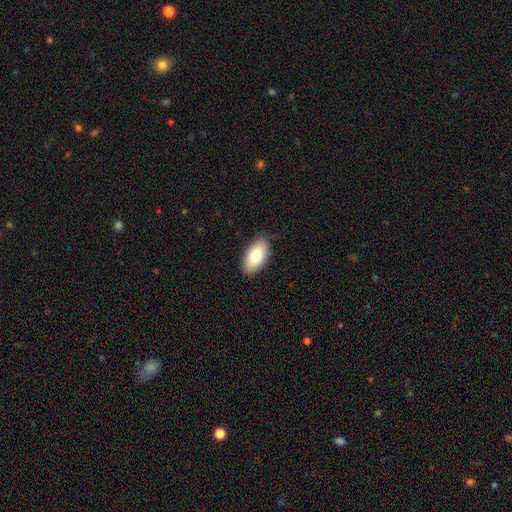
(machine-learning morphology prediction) smooth_or_featured: smooth (p=0.81) [alt: featured or disk p=0.13]
how_rounded: in between (p=0.94) [alt: round p=0.03]
merging: none (p=0.85) [alt: minor disturbance p=0.11]